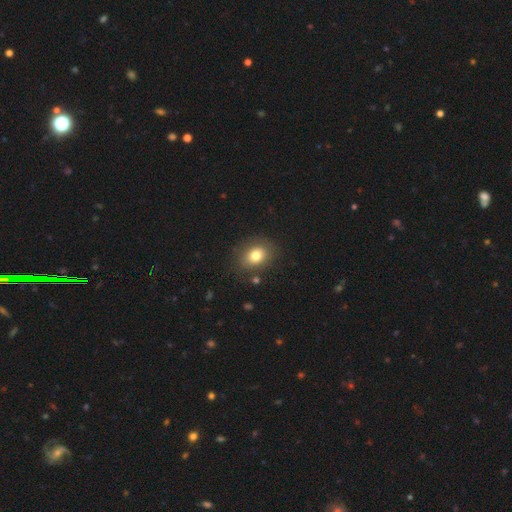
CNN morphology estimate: This is likely a smooth galaxy (78%). How rounded: possibly in between (54%). Merging: clearly none (83%).